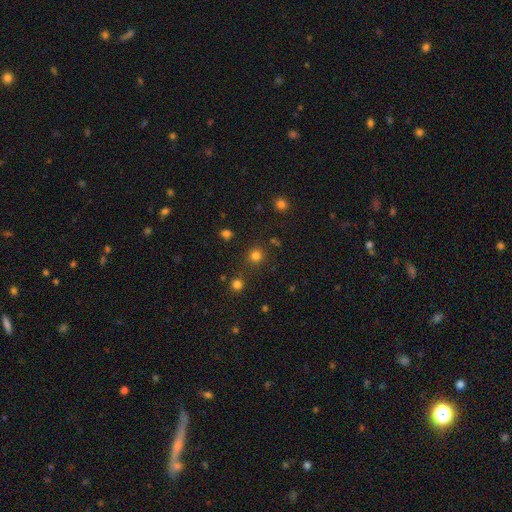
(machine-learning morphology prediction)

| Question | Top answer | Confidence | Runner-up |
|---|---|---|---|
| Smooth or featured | smooth | 77% | star or artifact (18%) |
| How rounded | round | 93% | in between (6%) |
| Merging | none | 84% | minor disturbance (7%) |